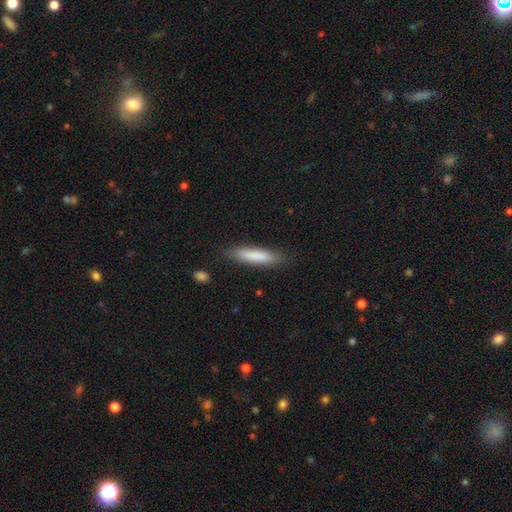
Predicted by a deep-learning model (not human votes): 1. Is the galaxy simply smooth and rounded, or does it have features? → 81% smooth, 13% featured or disk, 6% star or artifact.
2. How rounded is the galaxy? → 84% cigar-shaped, 15% in between, 1% round.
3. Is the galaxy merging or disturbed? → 84% none, 12% minor disturbance, 3% major disturbance, 1% merger.